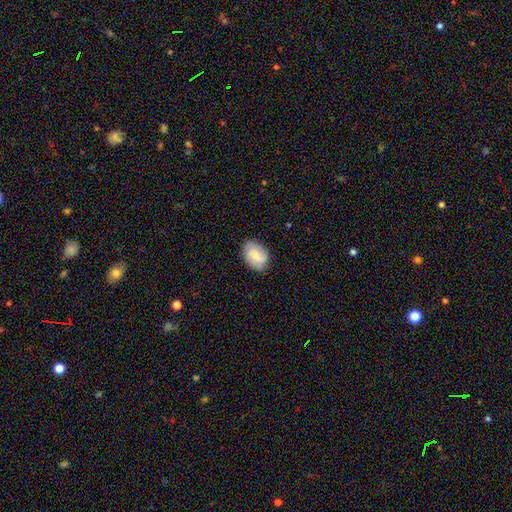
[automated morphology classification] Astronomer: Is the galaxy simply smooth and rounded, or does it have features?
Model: smooth — 70%.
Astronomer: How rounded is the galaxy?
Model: in between — 82%.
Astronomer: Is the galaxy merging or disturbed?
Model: none — 78%.